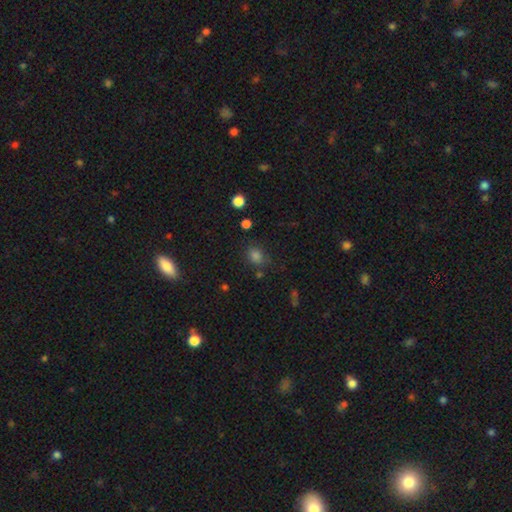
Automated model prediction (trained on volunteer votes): Morphology: type=smooth (75%); roundness=round (55%); merging=none (76%).